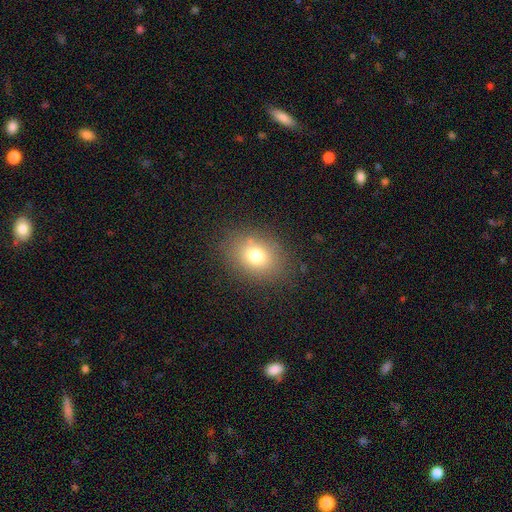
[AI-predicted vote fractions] Overall: smooth (74%). How rounded: in between (54%; round 45%). Merging: none (83%).